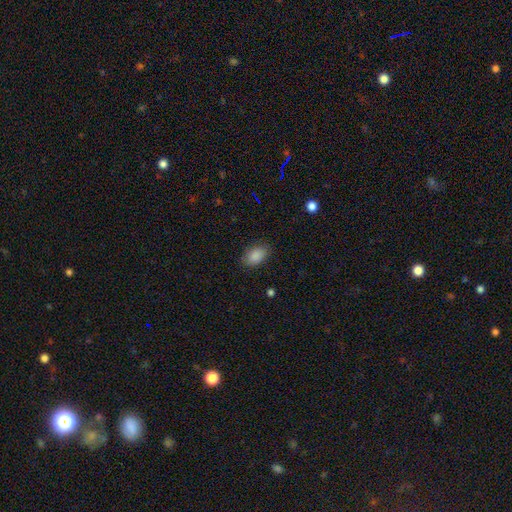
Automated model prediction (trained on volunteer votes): A smooth galaxy with no disk features (88%) that is in between round and cigar-shaped (89%). Merging: none (83%).